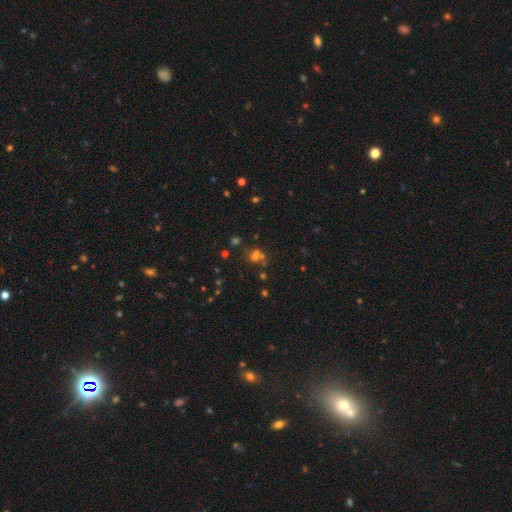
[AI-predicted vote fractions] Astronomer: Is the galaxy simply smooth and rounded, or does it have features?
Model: smooth — 46% (runner-up: star or artifact, 37%).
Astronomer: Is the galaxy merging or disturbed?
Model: none — 46% (runner-up: merger, 37%).